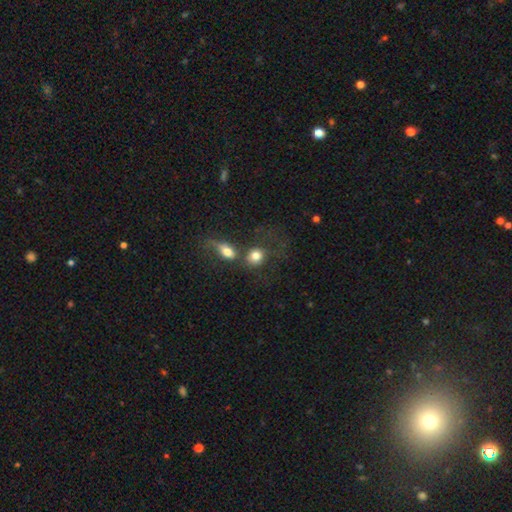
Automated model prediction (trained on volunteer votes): Smooth or featured: smooth — 77% (featured or disk — 13%)
How rounded: round — 64% (in between — 34%)
Merging: merger — 46% (none — 31%)